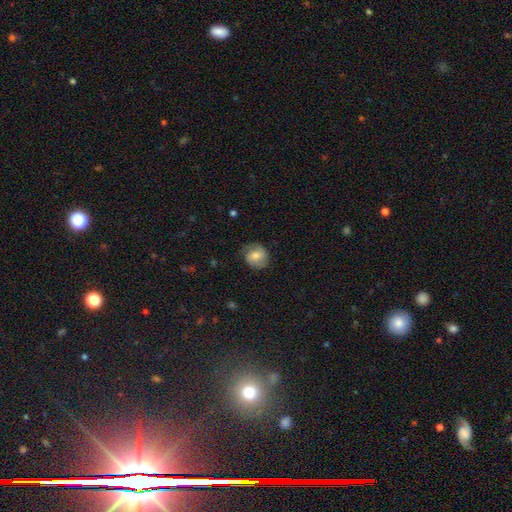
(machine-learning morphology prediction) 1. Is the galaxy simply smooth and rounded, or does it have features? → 57% smooth, 34% featured or disk, 8% star or artifact.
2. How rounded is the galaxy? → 78% round, 21% in between, 1% cigar-shaped.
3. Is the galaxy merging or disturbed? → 72% none, 20% minor disturbance, 7% major disturbance, 1% merger.